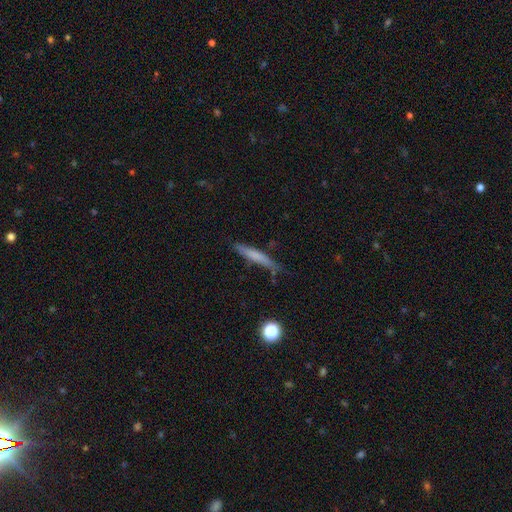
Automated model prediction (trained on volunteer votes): Q: Smooth or featured?
A: smooth (66%); runner-up: featured or disk (27%)
Q: How rounded?
A: cigar-shaped (93%); runner-up: in between (5%)
Q: Merging?
A: none (79%); runner-up: minor disturbance (15%)